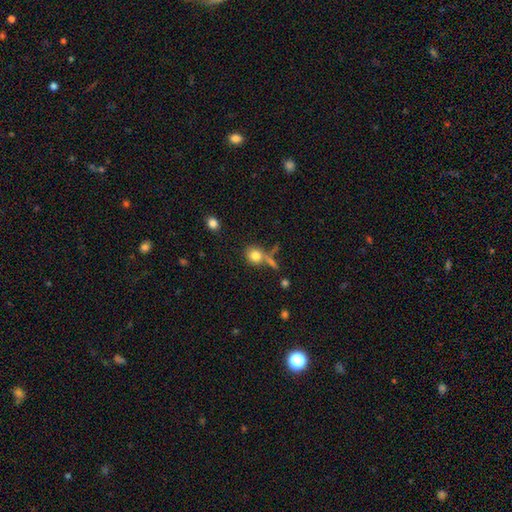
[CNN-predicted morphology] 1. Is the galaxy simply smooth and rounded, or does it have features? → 79% smooth, 11% star or artifact, 10% featured or disk.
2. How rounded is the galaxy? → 75% round, 22% in between, 3% cigar-shaped.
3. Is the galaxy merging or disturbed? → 57% none, 22% merger, 13% minor disturbance, 8% major disturbance.